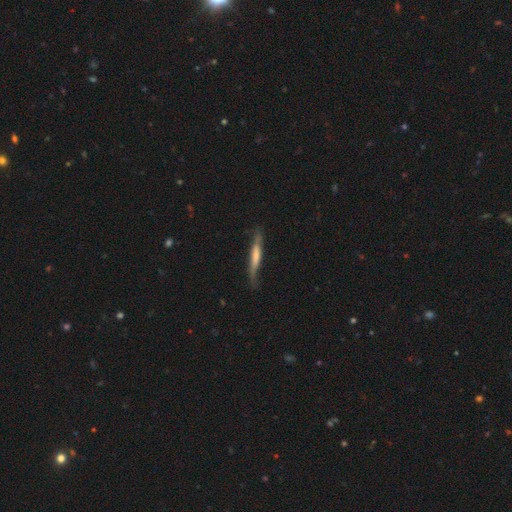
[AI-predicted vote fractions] Overall: smooth (55%; featured or disk 39%). How rounded: cigar-shaped (92%). Merging: none (66%).